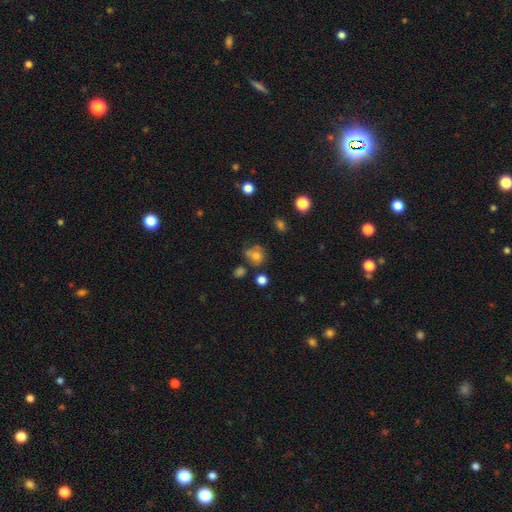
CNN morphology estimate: Smooth or featured: smooth — 70% (star or artifact — 15%)
How rounded: round — 78% (in between — 21%)
Merging: none — 58% (minor disturbance — 19%)